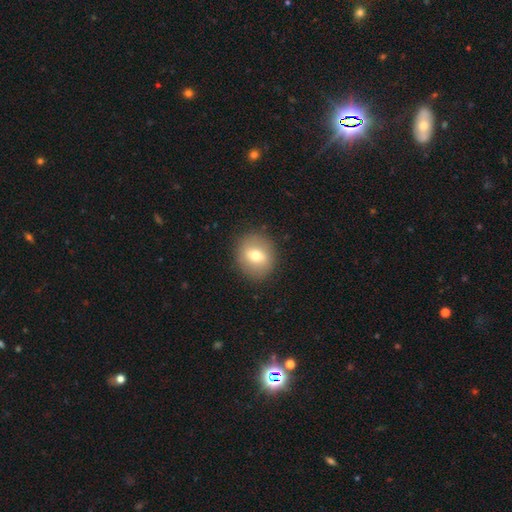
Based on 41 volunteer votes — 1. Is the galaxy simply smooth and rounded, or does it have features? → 71% smooth, 17% featured or disk, 12% star or artifact.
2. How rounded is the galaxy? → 83% round, 14% in between, 3% cigar-shaped.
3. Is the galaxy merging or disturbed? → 92% none, 6% minor disturbance, 3% major disturbance, 0% merger.